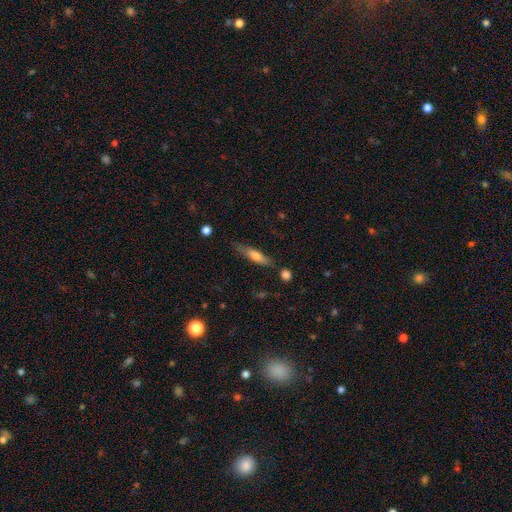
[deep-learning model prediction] A smooth galaxy with no disk features (63%) that is cigar-shaped (76%).

Vote fractions:
- Smooth or featured? smooth: 63% / featured or disk: 30% / star or artifact: 7%
- How rounded? cigar-shaped: 76% / in between: 22% / round: 2%
- Merging? none: 72% / minor disturbance: 19% / major disturbance: 5% / merger: 4%